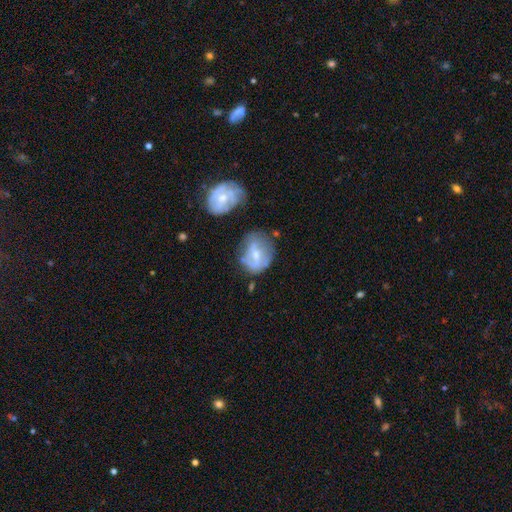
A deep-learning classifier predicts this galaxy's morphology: This is possibly a featured or disk galaxy (52%). It is clearly not viewed edge-on (95%). Merging: marginally none (43%).